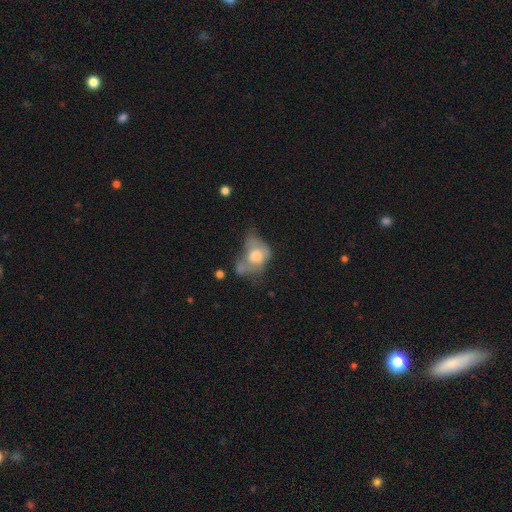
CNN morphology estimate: Smooth or featured?
  - smooth: 54% *
  - featured or disk: 36%
  - star or artifact: 10%
How rounded?
  - in between: 70% *
  - round: 28%
  - cigar-shaped: 2%
Merging?
  - major disturbance: 37% *
  - minor disturbance: 23%
  - merger: 20%
  - none: 19%